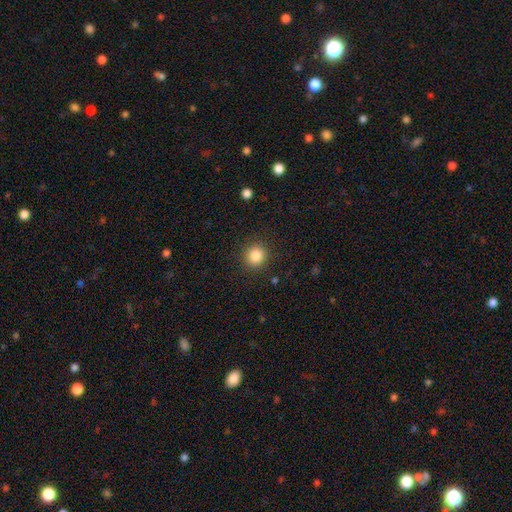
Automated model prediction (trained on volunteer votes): Morphology: type=smooth (85%); roundness=round (90%); merging=none (90%).